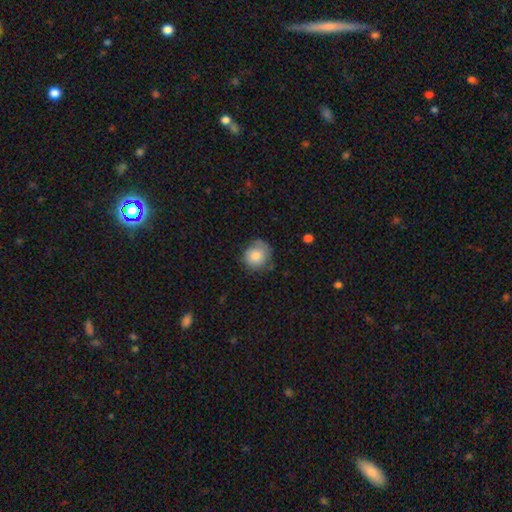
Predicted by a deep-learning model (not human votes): Smooth or featured: smooth — 78% (featured or disk — 14%)
How rounded: round — 85% (in between — 14%)
Merging: none — 68% (minor disturbance — 24%)